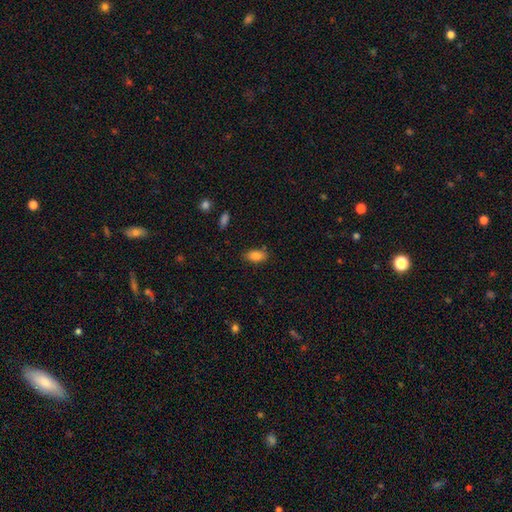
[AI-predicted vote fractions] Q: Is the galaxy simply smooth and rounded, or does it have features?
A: smooth — 85%.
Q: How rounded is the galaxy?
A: in between — 90%.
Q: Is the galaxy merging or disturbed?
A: none — 80%.